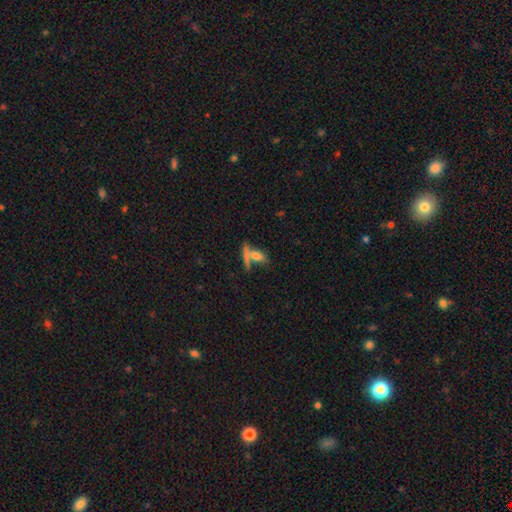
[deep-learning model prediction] Smooth or featured: smooth — 64% (featured or disk — 25%)
How rounded: in between — 56% (cigar-shaped — 38%)
Merging: merger — 44% (none — 38%)